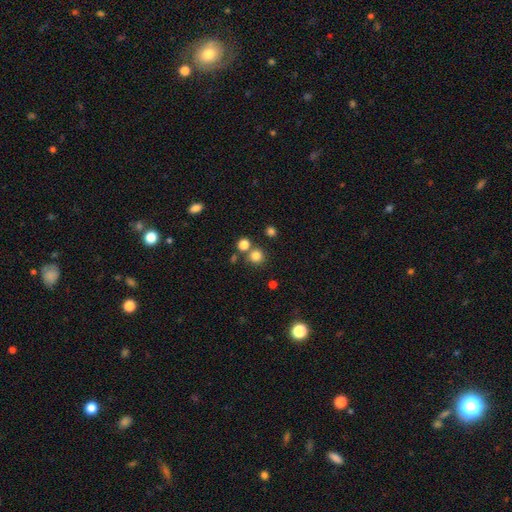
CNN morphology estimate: The model was most divided on "merging": none: 73%, merger: 16%, minor disturbance: 7%, major disturbance: 3%. More confident: how rounded — round (92%); smooth or featured — smooth (80%).